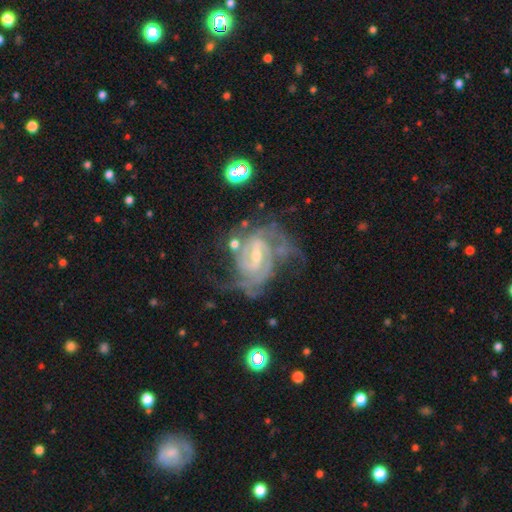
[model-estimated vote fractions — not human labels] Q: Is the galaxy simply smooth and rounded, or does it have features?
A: featured or disk — 89%.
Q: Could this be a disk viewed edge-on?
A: no — 97%.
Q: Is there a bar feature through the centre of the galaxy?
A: weak — 55%.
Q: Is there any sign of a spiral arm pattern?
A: yes — 96%.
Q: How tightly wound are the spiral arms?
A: tight — 51%.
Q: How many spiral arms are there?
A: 2 — 44%.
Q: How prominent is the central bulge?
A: small — 59%.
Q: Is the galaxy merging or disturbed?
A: none — 50%.